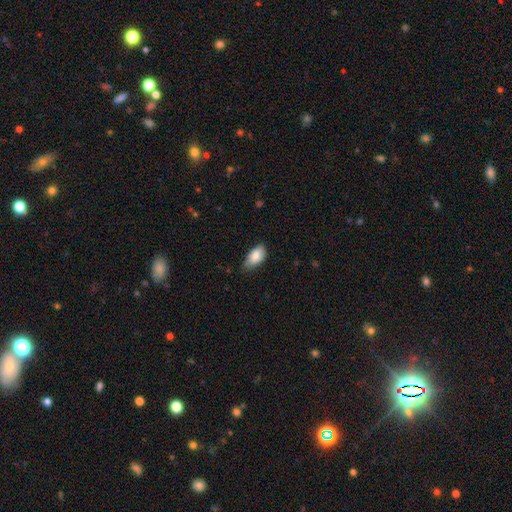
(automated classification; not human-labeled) A smooth galaxy with no disk features (86%) that is in between round and cigar-shaped (93%).

Vote fractions:
- Smooth or featured? smooth: 86% / featured or disk: 8% / star or artifact: 6%
- How rounded? in between: 93% / cigar-shaped: 3% / round: 3%
- Merging? none: 63% / minor disturbance: 32% / major disturbance: 4% / merger: 1%